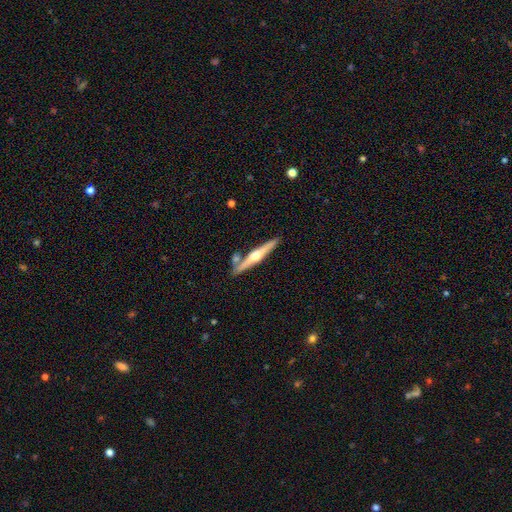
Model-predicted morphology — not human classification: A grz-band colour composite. It shows a featured or disk galaxy (72%) viewed edge-on (97%) with a rounded central bulge (94%). Merging: none (81%).